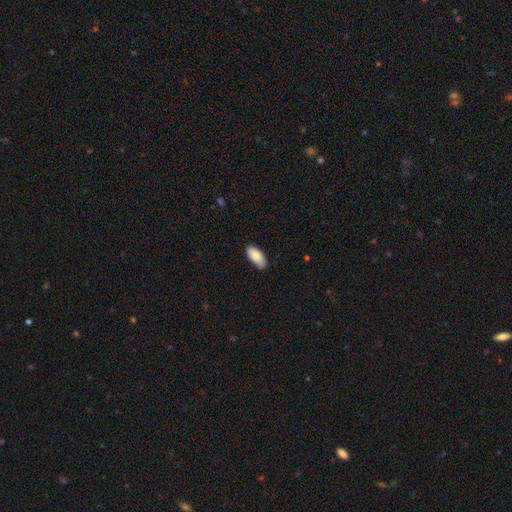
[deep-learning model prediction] The model was most divided on "merging": none: 79%, minor disturbance: 17%, major disturbance: 2%, merger: 1%. More confident: how rounded — in between (92%); smooth or featured — smooth (87%).